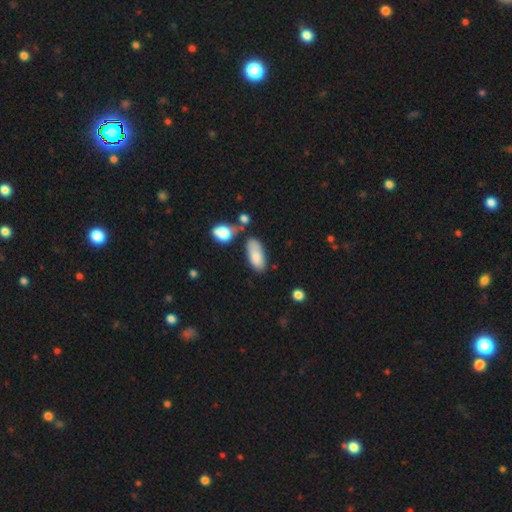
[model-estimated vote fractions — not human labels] The model was most divided on "merging": none: 57%, minor disturbance: 23%, merger: 13%, major disturbance: 7%. More confident: how rounded — in between (89%); smooth or featured — smooth (82%).